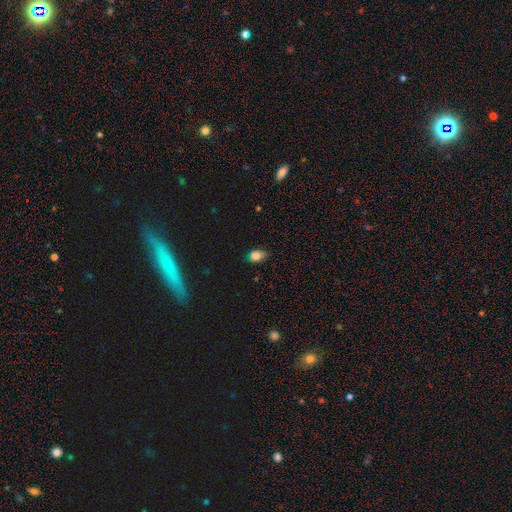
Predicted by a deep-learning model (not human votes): Overall: smooth (82%). How rounded: in between (74%). Merging: none (62%; minor disturbance 31%).